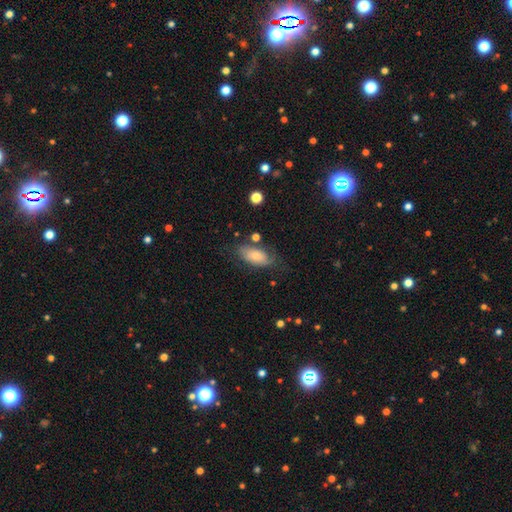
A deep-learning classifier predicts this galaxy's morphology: smooth_or_featured: smooth (p=0.68) [alt: featured or disk p=0.25]
how_rounded: in between (p=0.90) [alt: cigar-shaped p=0.06]
merging: none (p=0.57) [alt: minor disturbance p=0.27]